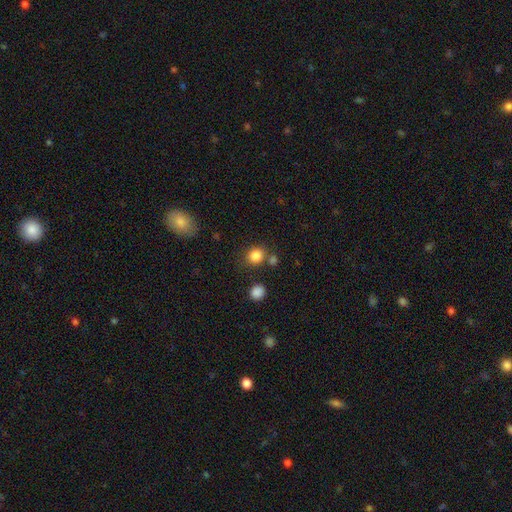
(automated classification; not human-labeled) Smooth or featured? smooth (84%)
How rounded? round (77%)
Merging? none (72%)